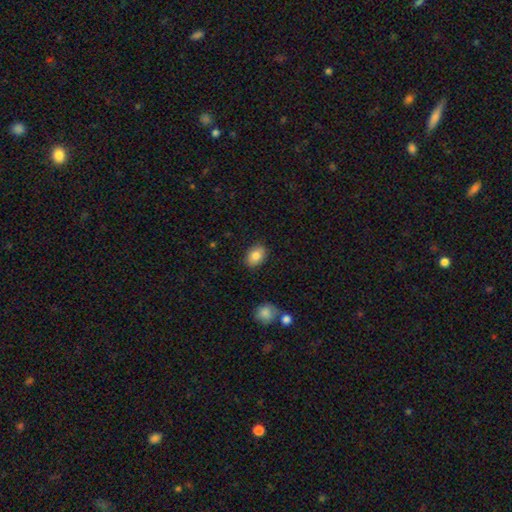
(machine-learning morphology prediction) This is clearly a smooth galaxy (84%). How rounded: clearly in between (80%). Merging: clearly none (88%).